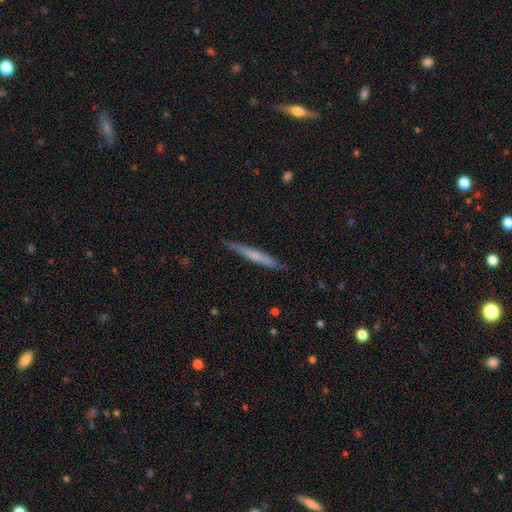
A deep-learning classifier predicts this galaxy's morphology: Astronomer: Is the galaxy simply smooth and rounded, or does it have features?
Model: smooth — 55% (runner-up: featured or disk, 39%).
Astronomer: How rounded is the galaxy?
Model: cigar-shaped — 96%.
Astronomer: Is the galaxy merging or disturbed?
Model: none — 86%.